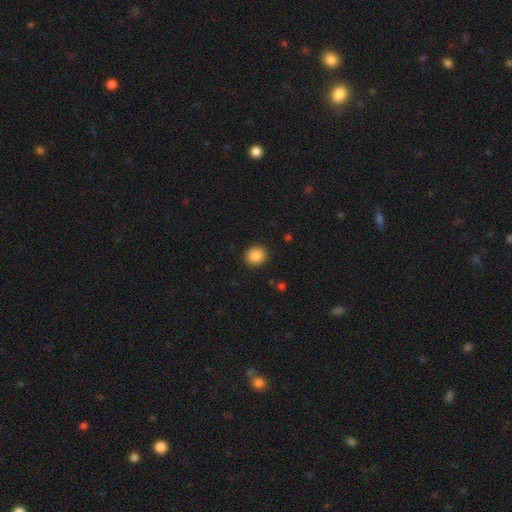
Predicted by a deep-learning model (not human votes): Smooth or featured? Predicted: smooth (p=0.87). How rounded? Predicted: round (p=0.82). Merging? Predicted: none (p=0.91).